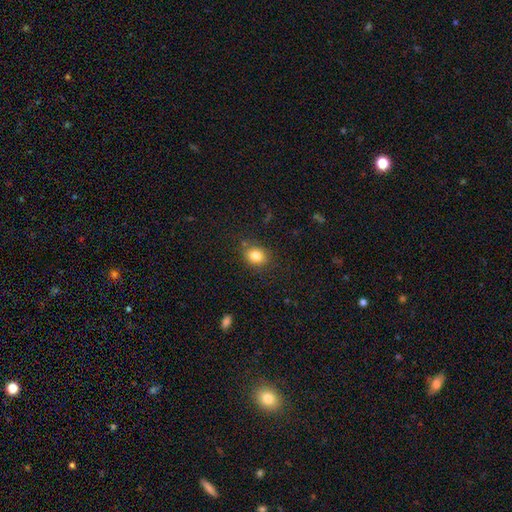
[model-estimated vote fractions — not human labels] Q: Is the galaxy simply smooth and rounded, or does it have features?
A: smooth — 81%.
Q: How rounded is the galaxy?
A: round — 59%.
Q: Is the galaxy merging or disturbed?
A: none — 81%.